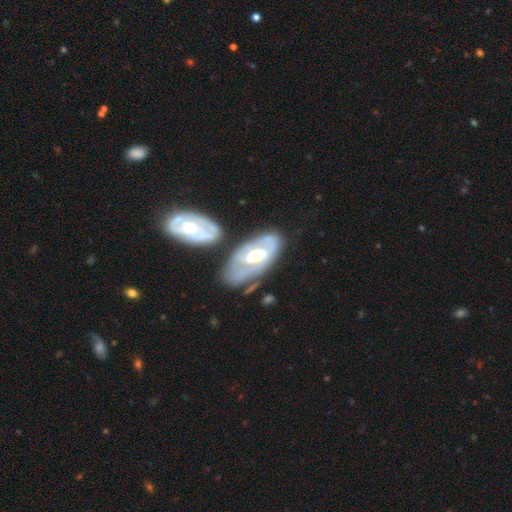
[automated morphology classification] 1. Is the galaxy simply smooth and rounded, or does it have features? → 75% featured or disk, 20% smooth, 5% star or artifact.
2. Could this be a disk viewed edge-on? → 91% no, 9% yes.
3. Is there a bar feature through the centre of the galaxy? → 38% weak, 37% no, 26% strong.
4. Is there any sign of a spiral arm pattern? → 64% yes, 36% no.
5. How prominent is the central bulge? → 70% moderate, 16% large, 12% small, 1% none, 1% dominant.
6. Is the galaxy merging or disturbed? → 50% none, 20% minor disturbance, 19% merger, 10% major disturbance.